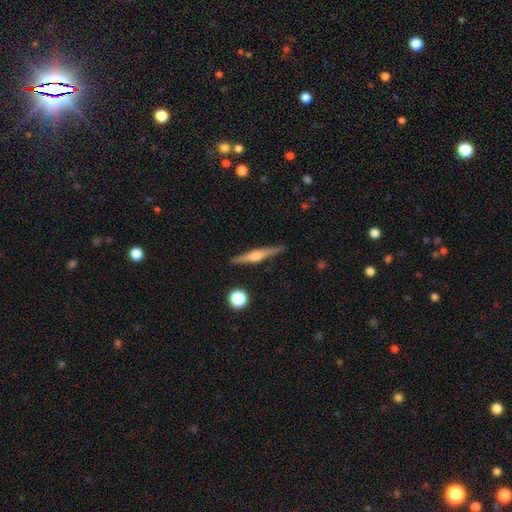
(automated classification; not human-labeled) A featured or disk galaxy (77%) viewed edge-on (98%) with a rounded central bulge (88%).

Vote fractions:
- Smooth or featured? featured or disk: 77% / smooth: 18% / star or artifact: 6%
- Edge-on disk? yes: 98% / no: 2%
- Edge-on bulge? rounded: 88% / boxy: 8% / none: 3%
- Merging? none: 91% / minor disturbance: 6% / major disturbance: 1% / merger: 1%